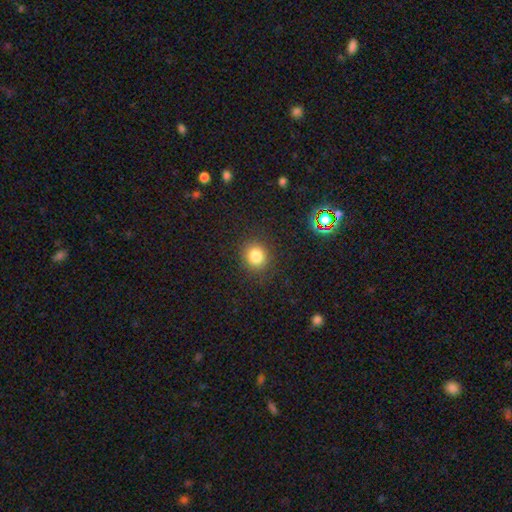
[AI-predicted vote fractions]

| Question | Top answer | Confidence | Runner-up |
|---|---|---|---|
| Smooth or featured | smooth | 81% | star or artifact (13%) |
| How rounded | round | 80% | in between (19%) |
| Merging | none | 88% | minor disturbance (8%) |